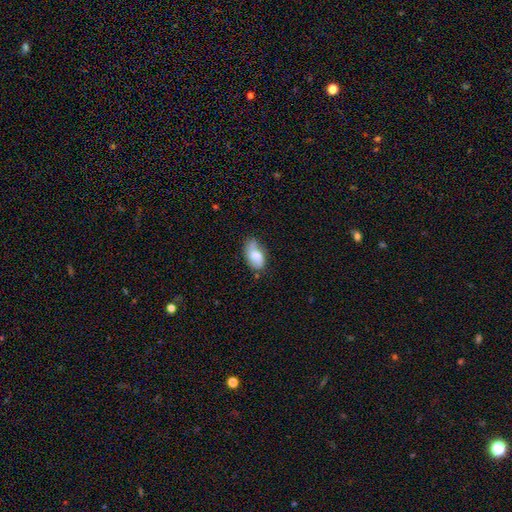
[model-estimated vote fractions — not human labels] Morphology: type=smooth (59%); roundness=in between (92%); merging=none (56%).